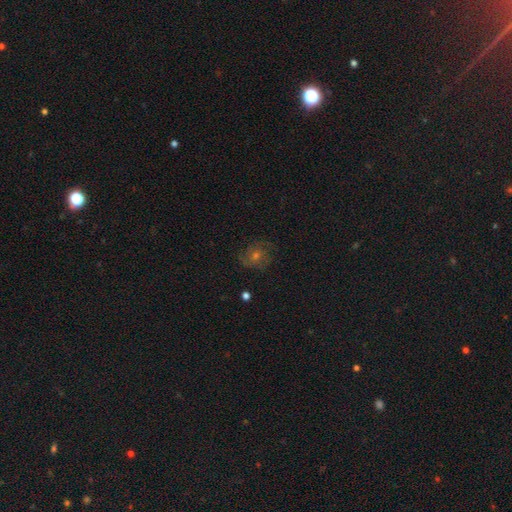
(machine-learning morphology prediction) This appears to be a featured or disk galaxy (54%) with no bar (71%), spiral arms (89%) and a moderate central bulge (54%). Merging: none (79%).